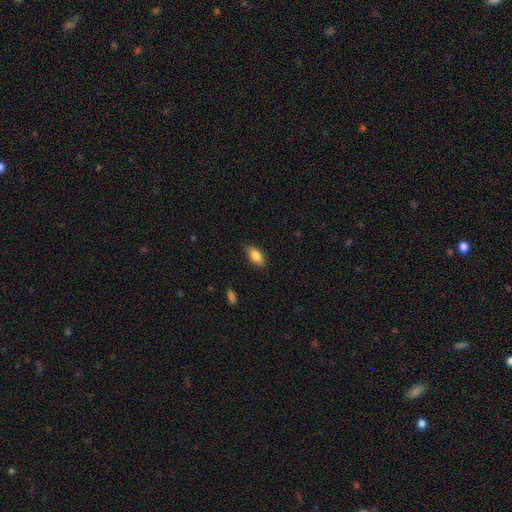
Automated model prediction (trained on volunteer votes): Overall: smooth (83%). How rounded: in between (87%). Merging: none (83%).